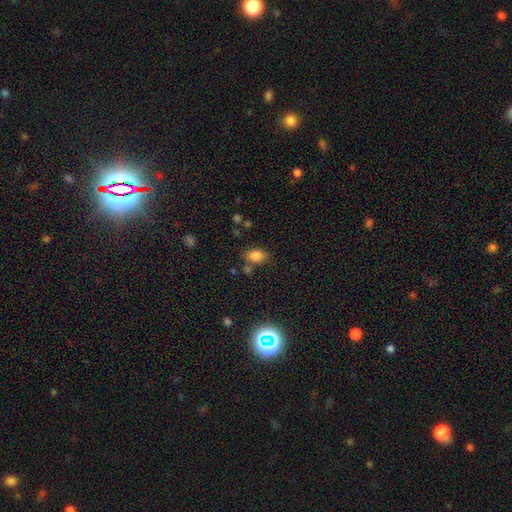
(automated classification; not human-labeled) This is clearly a smooth galaxy (83%). How rounded: likely in between (76%). Merging: likely none (71%).